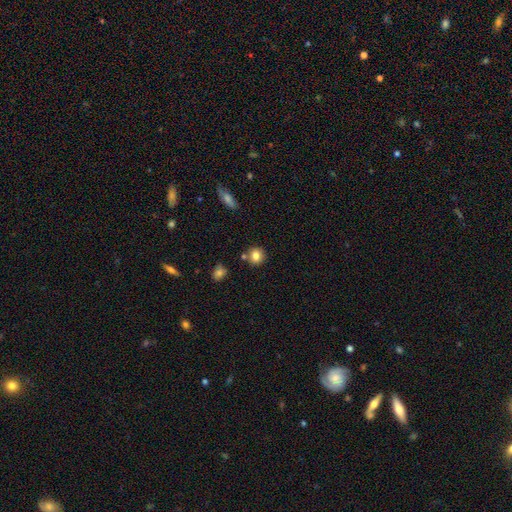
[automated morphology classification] The model was most divided on "merging": none: 78%, minor disturbance: 10%, merger: 9%, major disturbance: 2%. More confident: how rounded — round (85%); smooth or featured — smooth (81%).